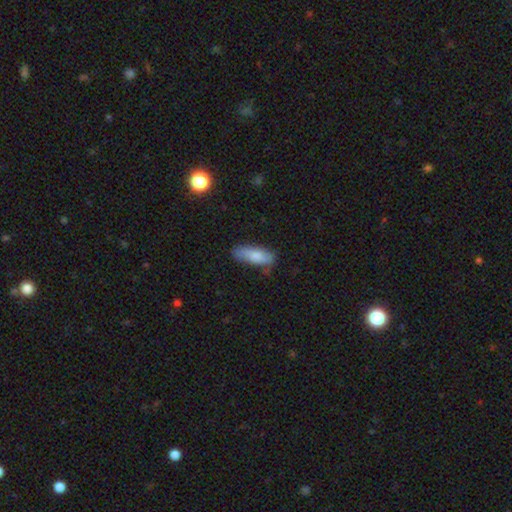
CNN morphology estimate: A smooth galaxy with no disk features (79%) that is in between round and cigar-shaped (68%).

Vote fractions:
- Smooth or featured? smooth: 79% / featured or disk: 15% / star or artifact: 6%
- How rounded? in between: 68% / cigar-shaped: 30% / round: 2%
- Merging? none: 68% / minor disturbance: 24% / major disturbance: 5% / merger: 2%